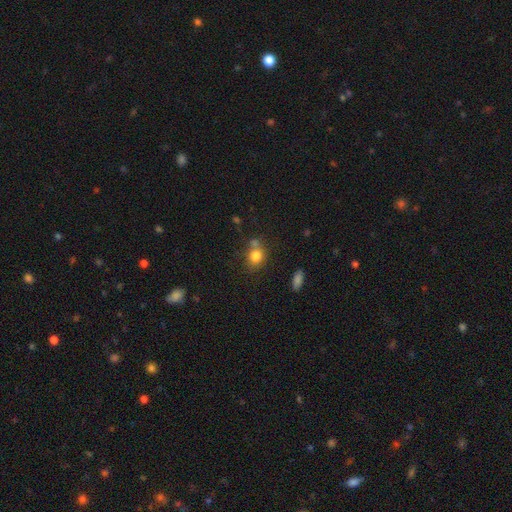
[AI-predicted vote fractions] smooth 81%, star or artifact 11%, featured or disk 8%. Down the decision tree: how rounded — round (66%); merging — none (56%).